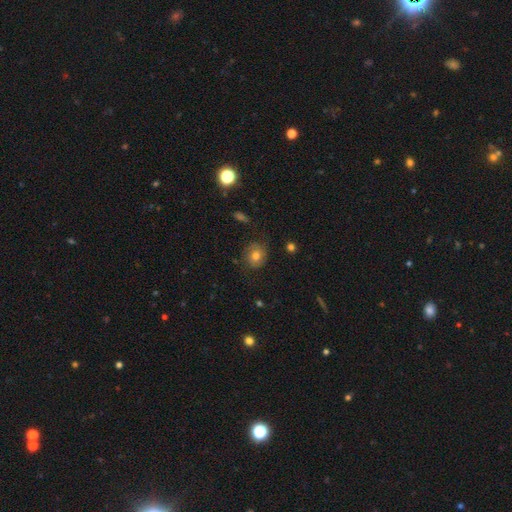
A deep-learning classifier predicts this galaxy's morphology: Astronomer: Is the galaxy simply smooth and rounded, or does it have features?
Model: smooth — 62%.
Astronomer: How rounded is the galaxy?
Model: round — 75%.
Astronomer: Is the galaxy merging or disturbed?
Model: none — 73%.